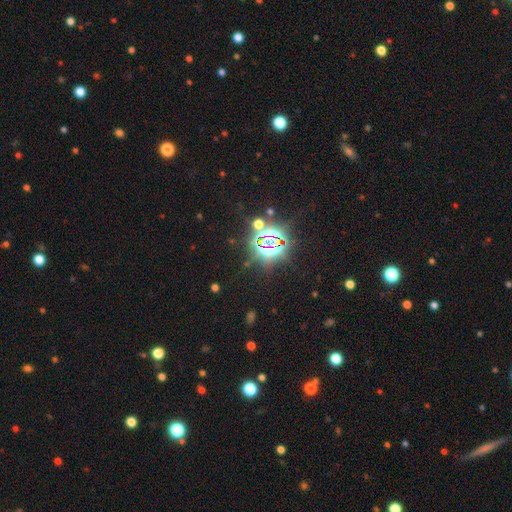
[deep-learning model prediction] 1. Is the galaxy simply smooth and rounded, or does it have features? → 85% star or artifact, 9% smooth, 6% featured or disk.